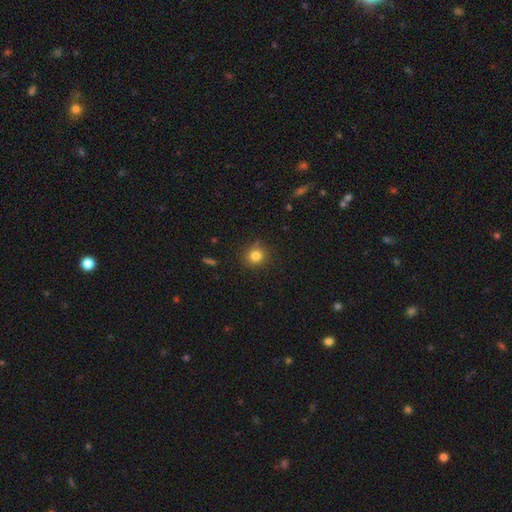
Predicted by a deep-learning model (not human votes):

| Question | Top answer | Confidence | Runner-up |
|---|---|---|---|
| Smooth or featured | smooth | 81% | star or artifact (12%) |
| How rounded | round | 88% | in between (11%) |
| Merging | none | 84% | minor disturbance (12%) |